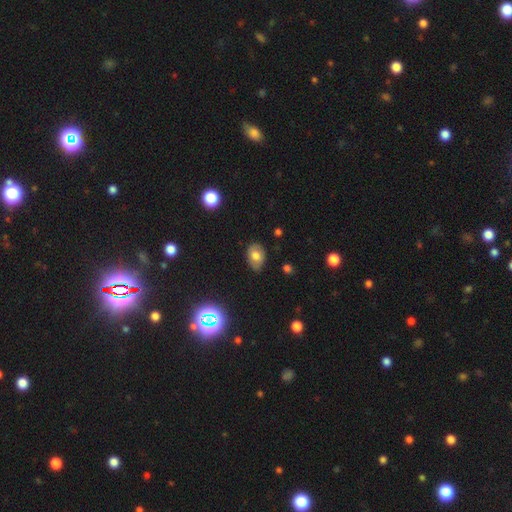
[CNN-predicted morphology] Q: Smooth or featured?
A: smooth (68%); runner-up: featured or disk (19%)
Q: How rounded?
A: in between (79%); runner-up: round (20%)
Q: Merging?
A: none (78%); runner-up: minor disturbance (18%)